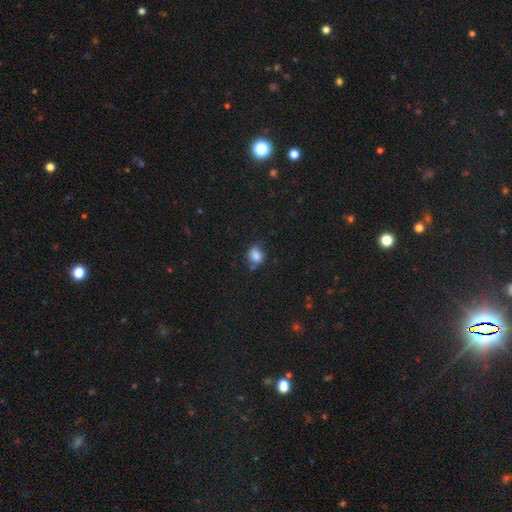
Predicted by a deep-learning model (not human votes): This appears to be a smooth galaxy with no disk features (80%) that is round (52%). Merging: none (52%).